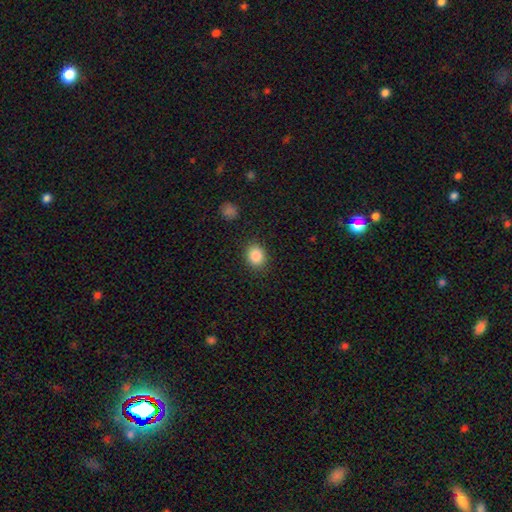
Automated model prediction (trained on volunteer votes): Morphology: type=smooth (87%); roundness=round (62%); merging=none (87%).